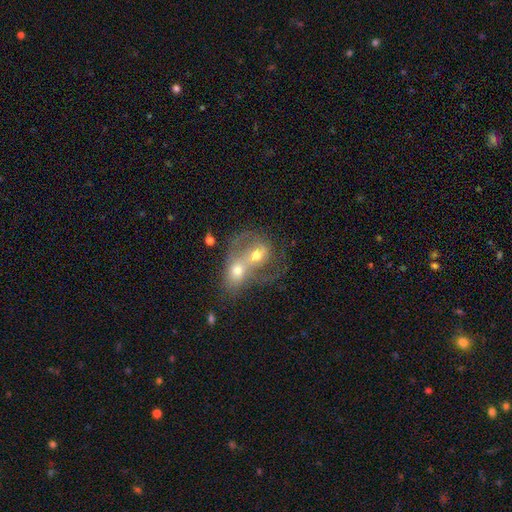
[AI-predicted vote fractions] A featured or disk galaxy (53%) with no bar (69%), spiral arms (50%, tied with no) and a moderate central bulge (64%). Merging: merger (82%).